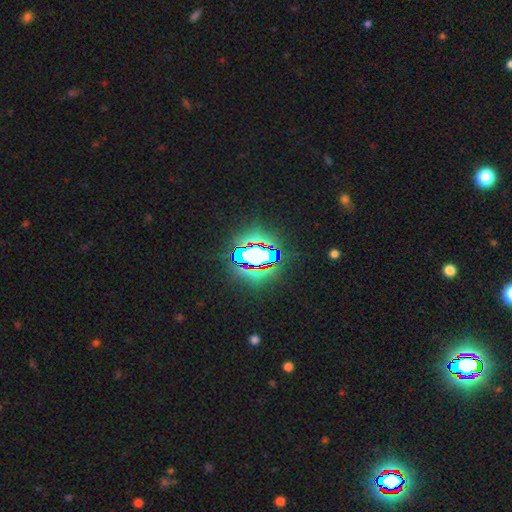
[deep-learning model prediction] star or artifact 69%, smooth 18%, featured or disk 13%.